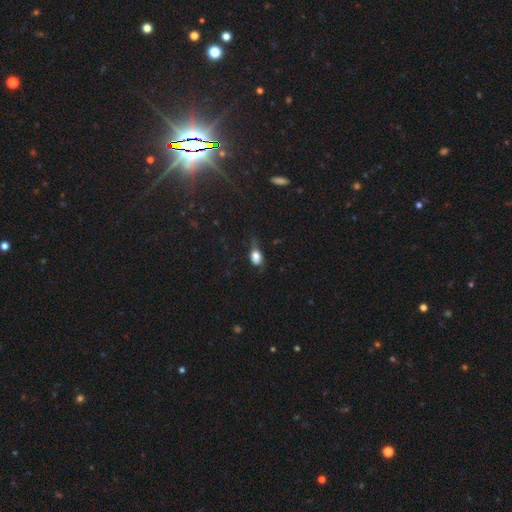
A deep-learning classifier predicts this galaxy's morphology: smooth-or-featured: smooth: 74% | featured or disk: 16% | star or artifact: 10%
  how-rounded: in between: 73% | round: 22% | cigar-shaped: 5%
  merging: minor disturbance: 38% | none: 34% | major disturbance: 25% | merger: 3%